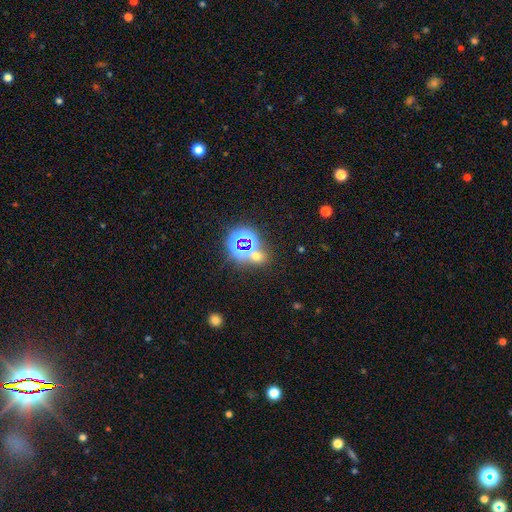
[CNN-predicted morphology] A star or artifact, not a galaxy (53%).

Vote fractions:
- Smooth or featured? star or artifact: 53% / smooth: 39% / featured or disk: 8%